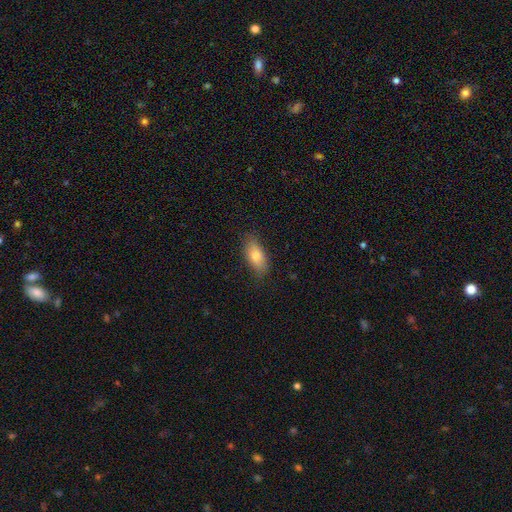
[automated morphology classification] A smooth galaxy with no disk features (81%) that is in between round and cigar-shaped (84%). Merging: none (78%).